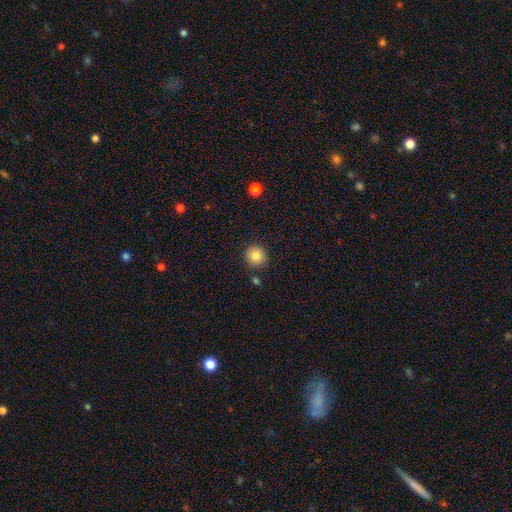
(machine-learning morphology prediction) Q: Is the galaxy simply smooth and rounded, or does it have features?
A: smooth — 87%.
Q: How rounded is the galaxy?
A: round — 93%.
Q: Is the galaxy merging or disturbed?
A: none — 85%.